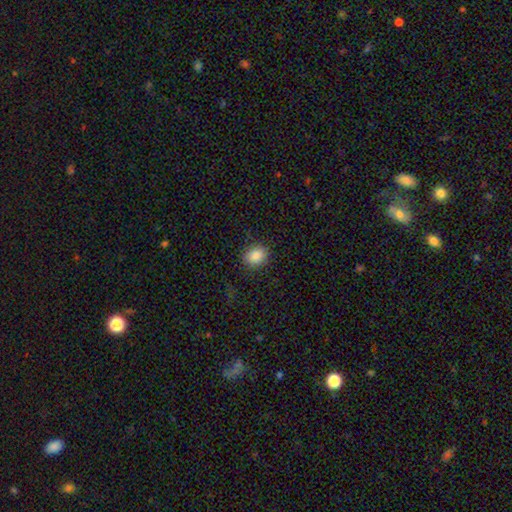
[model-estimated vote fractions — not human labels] This appears to be a smooth galaxy with no disk features (87%) that is round (54%). Merging: none (87%).